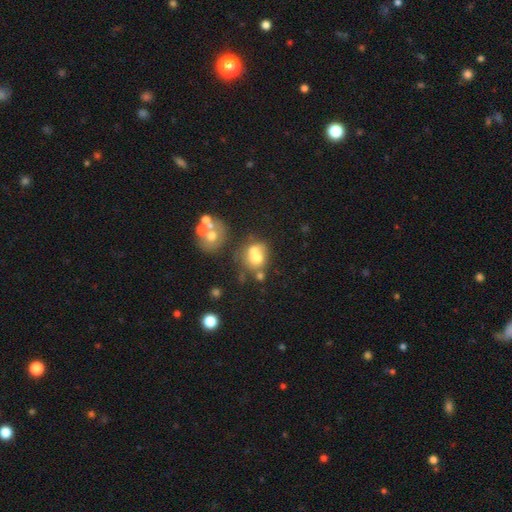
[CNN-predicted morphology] type=smooth (59%); roundness=round (69%); merging=merger (55%).